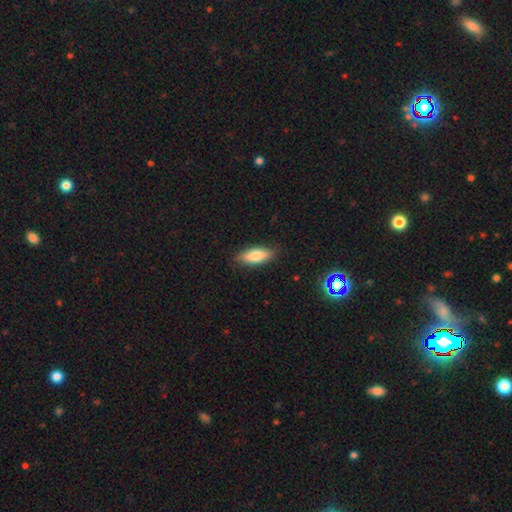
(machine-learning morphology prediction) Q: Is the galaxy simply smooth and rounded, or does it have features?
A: smooth — 79%.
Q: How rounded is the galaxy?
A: in between — 73%.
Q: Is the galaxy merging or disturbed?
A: none — 86%.